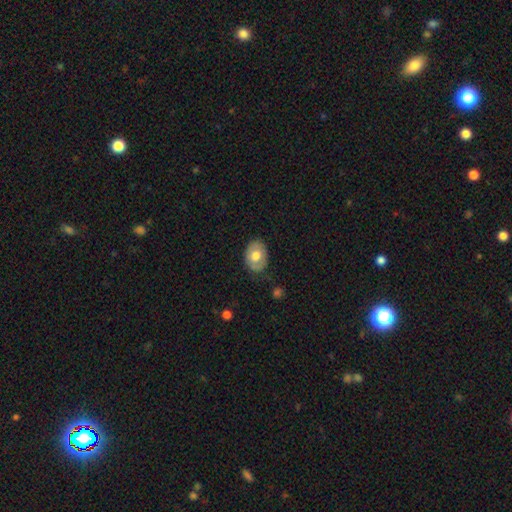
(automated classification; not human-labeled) Overall: smooth (64%; featured or disk 30%). How rounded: in between (68%; round 31%). Merging: none (79%).